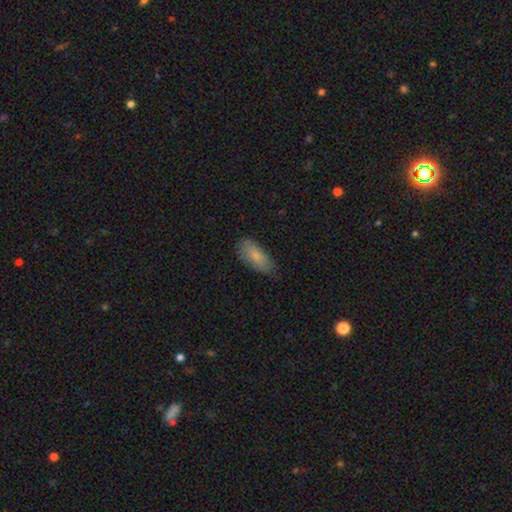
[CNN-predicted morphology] Overall: smooth (81%). How rounded: in between (86%). Merging: none (71%).